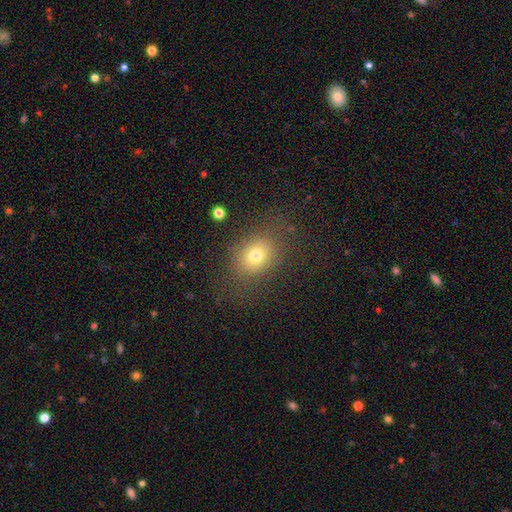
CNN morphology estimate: A smooth galaxy with no disk features (73%) that is in between round and cigar-shaped (53%). Merging: none (75%).